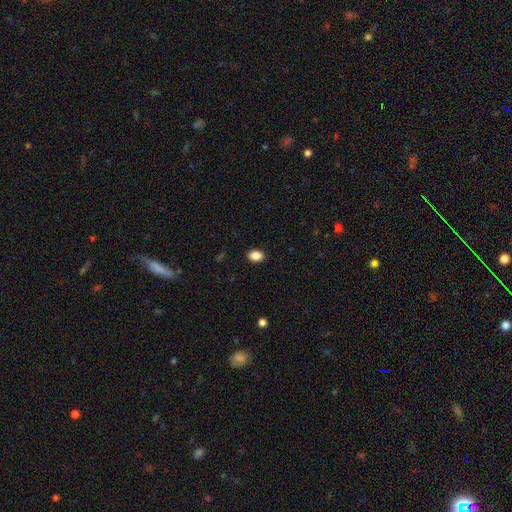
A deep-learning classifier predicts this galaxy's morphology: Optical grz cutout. It shows a smooth galaxy with no disk features (87%) that is in between round and cigar-shaped (76%). Merging: none (90%).